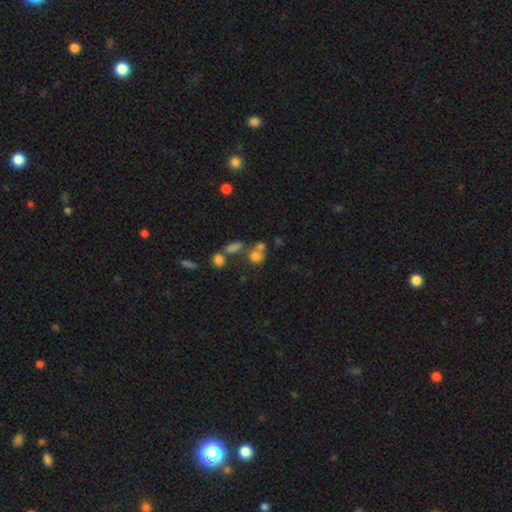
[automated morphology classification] The model was most divided on "merging": merger: 44%, none: 38%, minor disturbance: 11%, major disturbance: 8%. More confident: smooth or featured — smooth (70%); how rounded — round (68%).